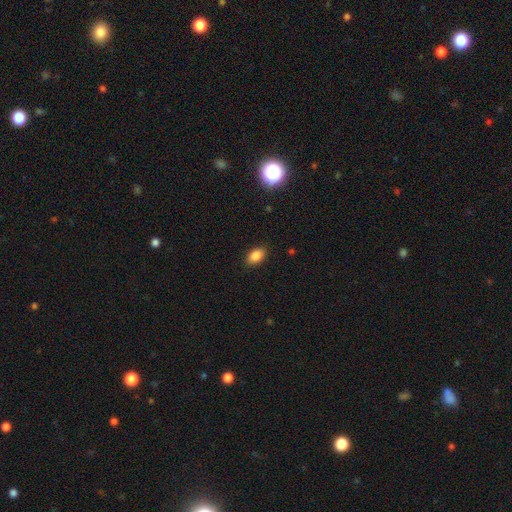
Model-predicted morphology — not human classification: Q: Smooth or featured?
A: smooth (86%); runner-up: star or artifact (9%)
Q: How rounded?
A: in between (89%); runner-up: round (9%)
Q: Merging?
A: none (89%); runner-up: minor disturbance (8%)